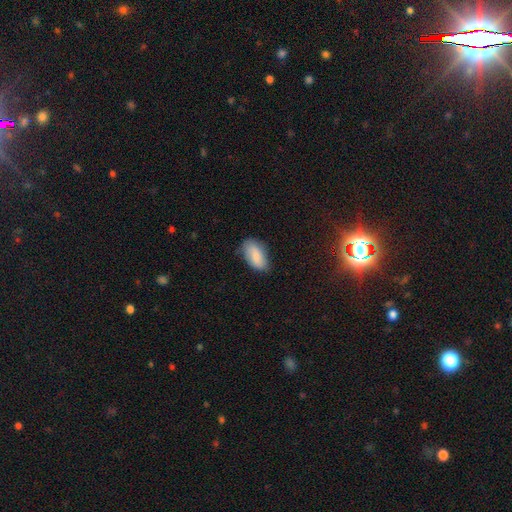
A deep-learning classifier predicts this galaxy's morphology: Smooth or featured? smooth (82%)
How rounded? in between (93%)
Merging? none (70%)